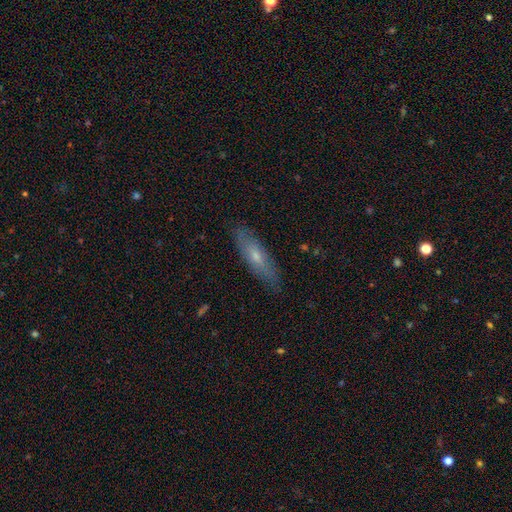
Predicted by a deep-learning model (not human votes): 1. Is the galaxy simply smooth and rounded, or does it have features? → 48% smooth, 44% featured or disk, 7% star or artifact.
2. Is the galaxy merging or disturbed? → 85% none, 12% minor disturbance, 2% major disturbance, 1% merger.